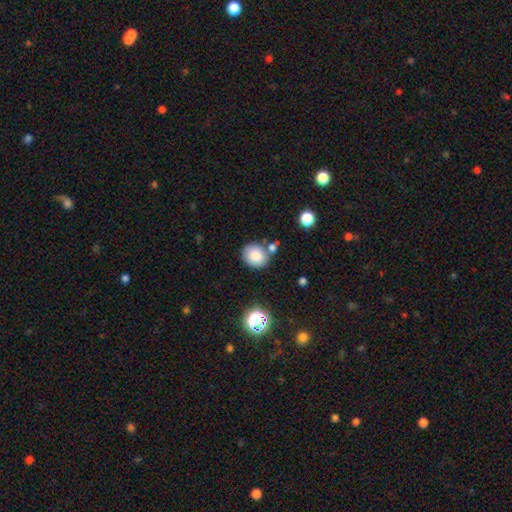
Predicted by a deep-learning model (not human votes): Smooth or featured: smooth — 82% (star or artifact — 10%)
How rounded: round — 66% (in between — 33%)
Merging: none — 70% (merger — 13%)